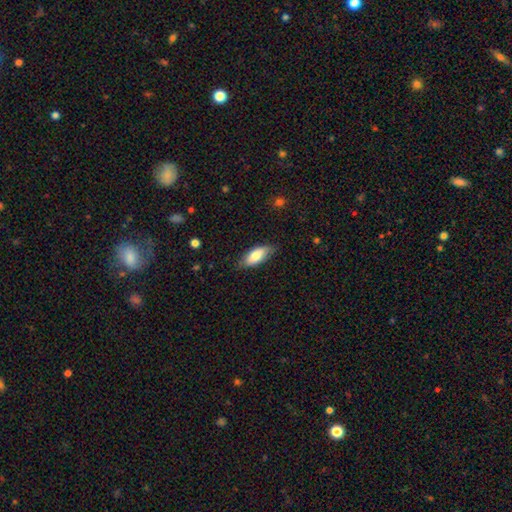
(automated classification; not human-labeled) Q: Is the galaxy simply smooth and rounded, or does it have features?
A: smooth — 77%.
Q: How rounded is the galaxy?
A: in between — 80%.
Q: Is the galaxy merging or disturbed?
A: none — 78%.